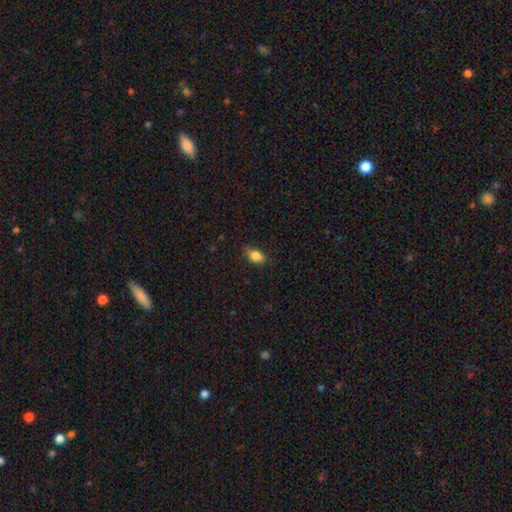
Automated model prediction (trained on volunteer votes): Q: Smooth or featured?
A: smooth (84%); runner-up: star or artifact (8%)
Q: How rounded?
A: in between (87%); runner-up: round (7%)
Q: Merging?
A: none (81%); runner-up: minor disturbance (16%)